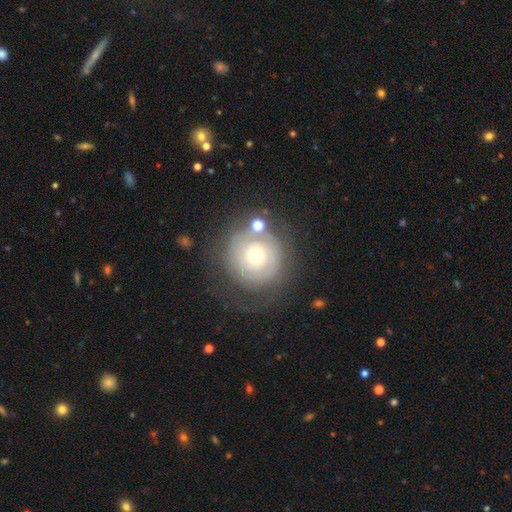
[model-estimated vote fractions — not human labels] This is likely a featured or disk galaxy (65%). It is clearly not viewed edge-on (97%). Bar: clearly no (87%). Spiral arm pattern: likely yes (70%). Central bulge: possibly small (52%). Merging: likely none (63%).